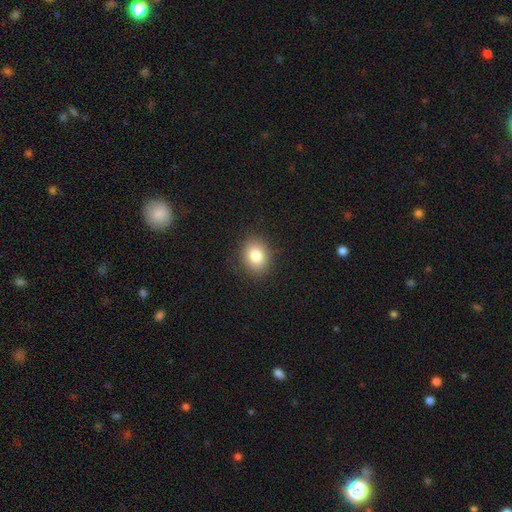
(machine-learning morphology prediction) This is clearly a smooth galaxy (83%). How rounded: possibly round (55%). Merging: clearly none (88%).